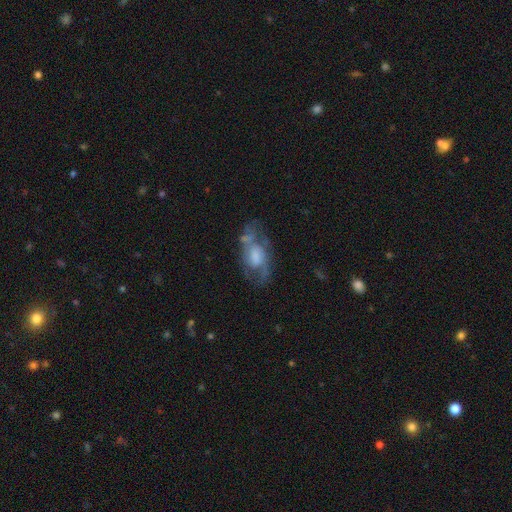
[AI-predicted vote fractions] Q: Smooth or featured?
A: featured or disk (63%); runner-up: smooth (29%)
Q: Edge-on disk?
A: no (93%); runner-up: yes (7%)
Q: Bar?
A: no (62%); runner-up: weak (31%)
Q: Spiral arms?
A: yes (57%); runner-up: no (43%)
Q: Bulge size?
A: moderate (32%); runner-up: large (28%)
Q: Merging?
A: none (45%); runner-up: minor disturbance (24%)